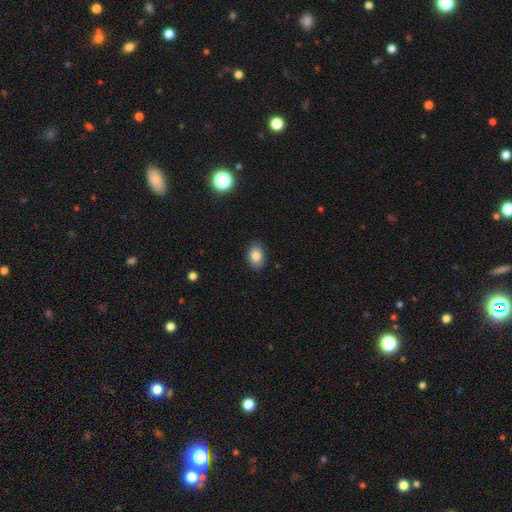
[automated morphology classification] This appears to be a smooth galaxy with no disk features (85%) that is in between round and cigar-shaped (82%). Merging: none (87%).